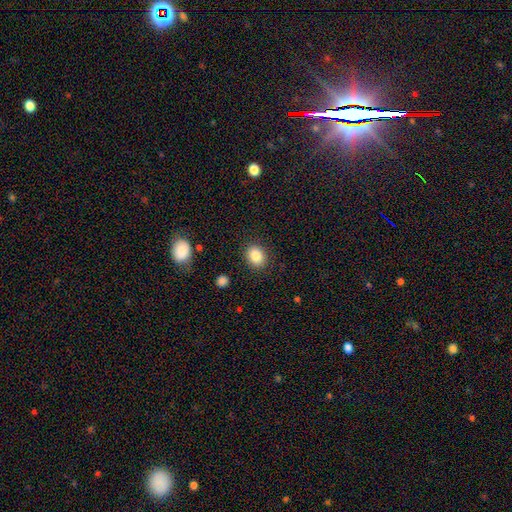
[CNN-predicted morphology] type=smooth (86%); roundness=round (50%); merging=none (88%).